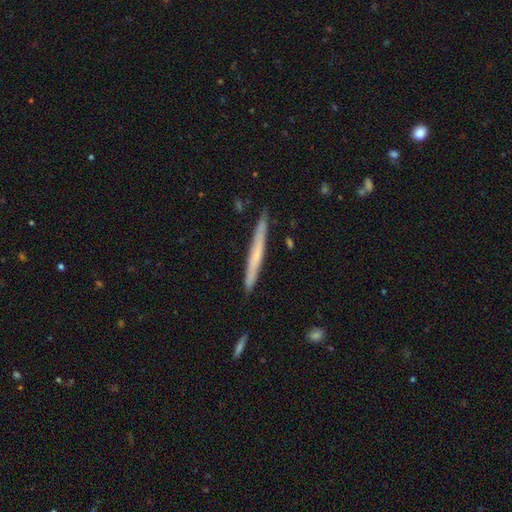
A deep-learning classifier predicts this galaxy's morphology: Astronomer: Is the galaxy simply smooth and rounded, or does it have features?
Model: smooth — 49% (runner-up: featured or disk, 45%).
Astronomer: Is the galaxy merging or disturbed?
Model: none — 88%.